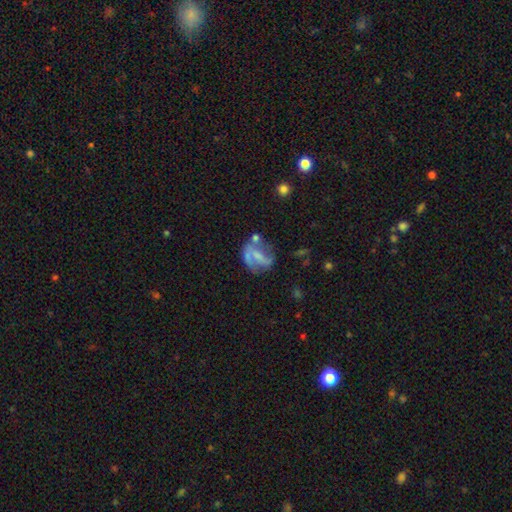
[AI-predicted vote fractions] Smooth or featured?
  - featured or disk: 59% *
  - smooth: 31%
  - star or artifact: 10%
Edge-on disk?
  - no: 96% *
  - yes: 4%
Bar?
  - no: 40% *
  - weak: 35%
  - strong: 25%
Spiral arms?
  - yes: 56% *
  - no: 44%
Bulge size?
  - none: 41% *
  - small: 31%
  - moderate: 22%
  - large: 5%
  - dominant: 2%
Merging?
  - none: 38% *
  - major disturbance: 26%
  - minor disturbance: 22%
  - merger: 13%